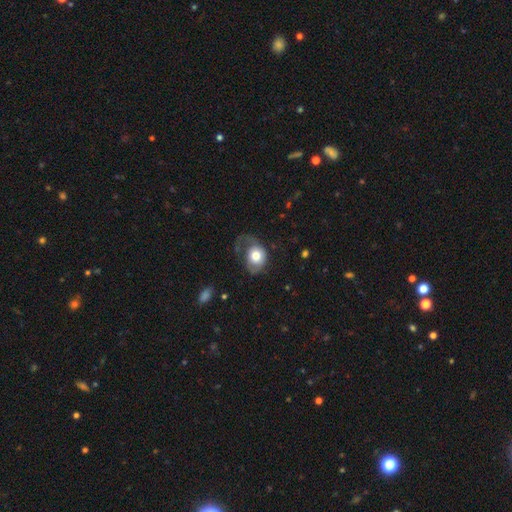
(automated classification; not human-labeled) smooth-or-featured: smooth: 62% | featured or disk: 30% | star or artifact: 8%
  how-rounded: round: 51% | in between: 48% | cigar-shaped: 1%
  merging: major disturbance: 44% | none: 28% | minor disturbance: 26% | merger: 2%